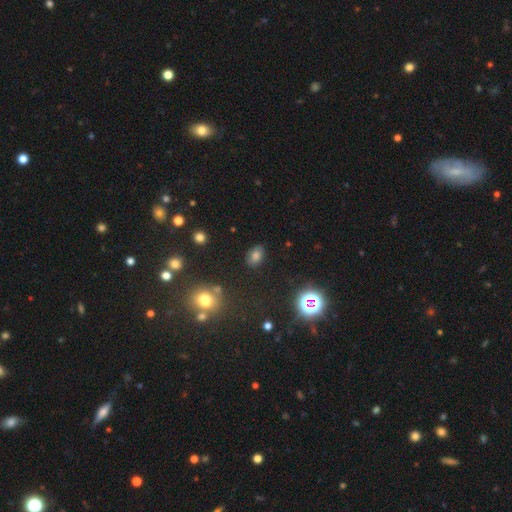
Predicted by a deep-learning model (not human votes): A smooth galaxy with no disk features (71%) that is in between round and cigar-shaped (81%).

Vote fractions:
- Smooth or featured? smooth: 71% / star or artifact: 20% / featured or disk: 10%
- How rounded? in between: 81% / round: 17% / cigar-shaped: 2%
- Merging? none: 82% / minor disturbance: 12% / major disturbance: 3% / merger: 3%